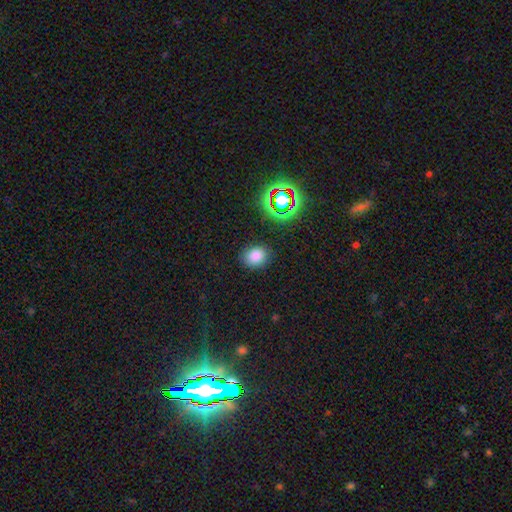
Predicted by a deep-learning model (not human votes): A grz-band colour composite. It shows a smooth galaxy with no disk features (78%) that is round (53%). Merging: none (84%).